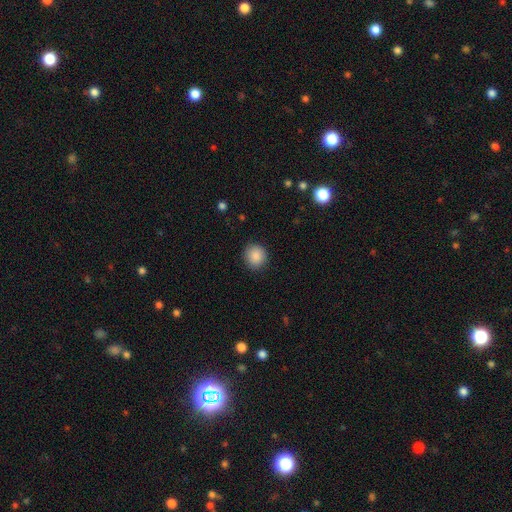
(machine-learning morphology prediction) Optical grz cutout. It shows a smooth galaxy with no disk features (88%) that is round (89%). Merging: none (89%).